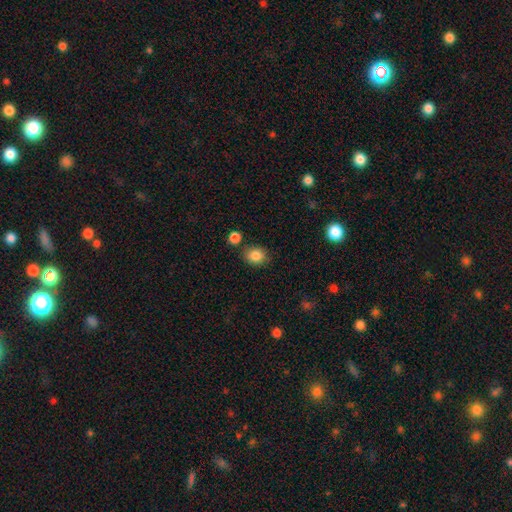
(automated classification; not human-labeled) Morphology: type=smooth (86%); roundness=round (63%); merging=none (80%).